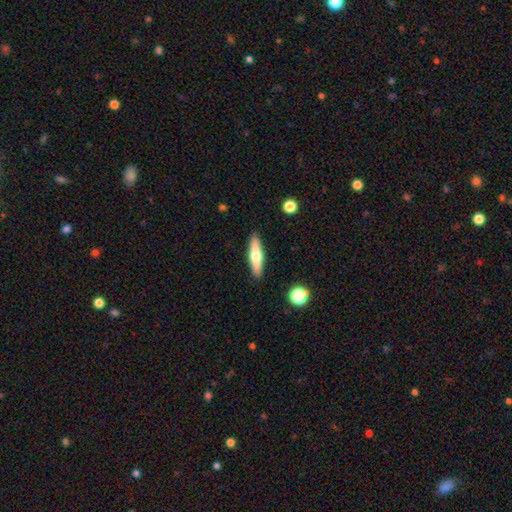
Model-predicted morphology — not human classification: smooth 55%, featured or disk 39%, star or artifact 6%. Down the decision tree: how rounded — cigar-shaped (75%); merging — none (90%).